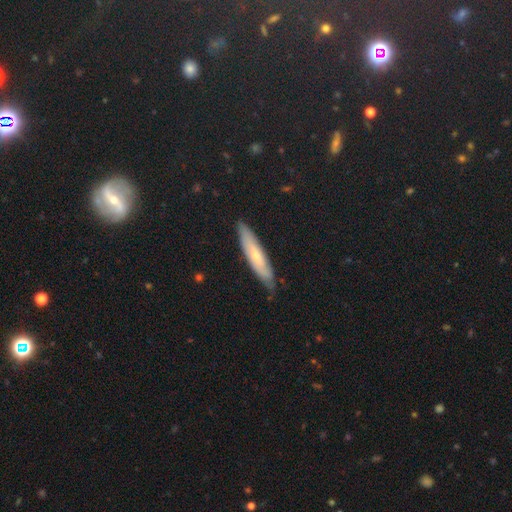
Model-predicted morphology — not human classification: Overall: smooth (48%; featured or disk 44%). Merging: none (80%).